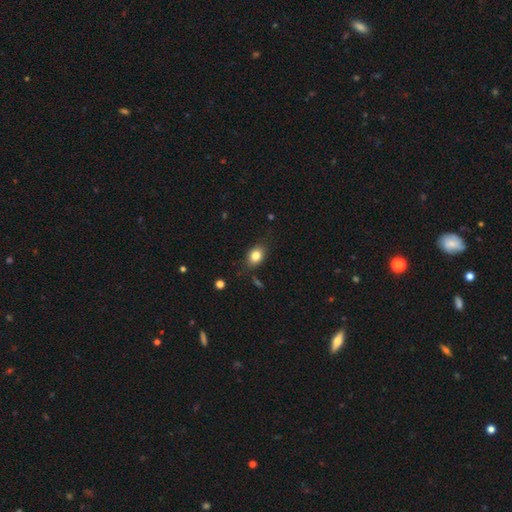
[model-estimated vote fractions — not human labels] Overall: smooth (82%). How rounded: in between (71%). Merging: none (78%).